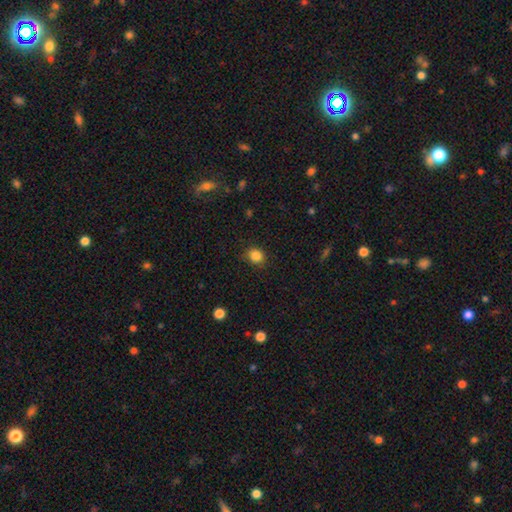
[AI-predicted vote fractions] Smooth or featured?
  - smooth: 85% *
  - star or artifact: 11%
  - featured or disk: 4%
How rounded?
  - round: 71% *
  - in between: 28%
  - cigar-shaped: 1%
Merging?
  - none: 83% *
  - minor disturbance: 12%
  - major disturbance: 3%
  - merger: 1%